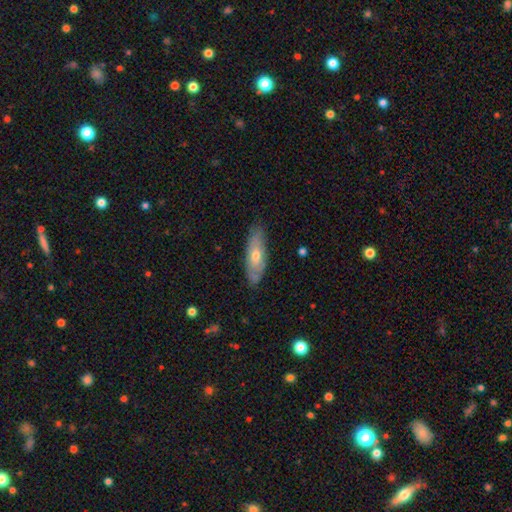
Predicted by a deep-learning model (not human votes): Morphology: type=smooth (54%); roundness=in between (61%); merging=none (78%).